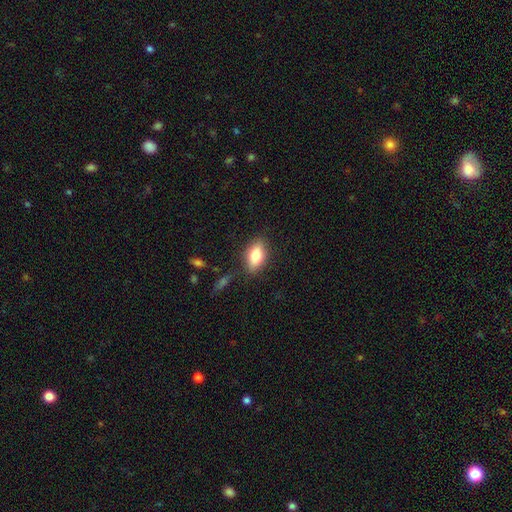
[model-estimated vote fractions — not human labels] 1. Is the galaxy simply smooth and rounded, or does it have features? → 77% smooth, 15% featured or disk, 8% star or artifact.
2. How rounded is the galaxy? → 86% in between, 7% round, 7% cigar-shaped.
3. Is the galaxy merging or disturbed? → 82% none, 12% minor disturbance, 3% major disturbance, 2% merger.